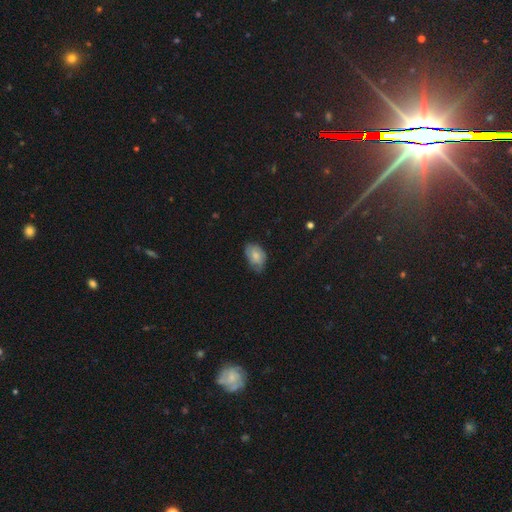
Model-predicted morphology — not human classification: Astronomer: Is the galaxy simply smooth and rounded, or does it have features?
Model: smooth — 72%.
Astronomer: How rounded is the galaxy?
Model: in between — 88%.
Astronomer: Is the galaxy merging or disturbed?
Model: none — 57% (runner-up: minor disturbance, 34%).